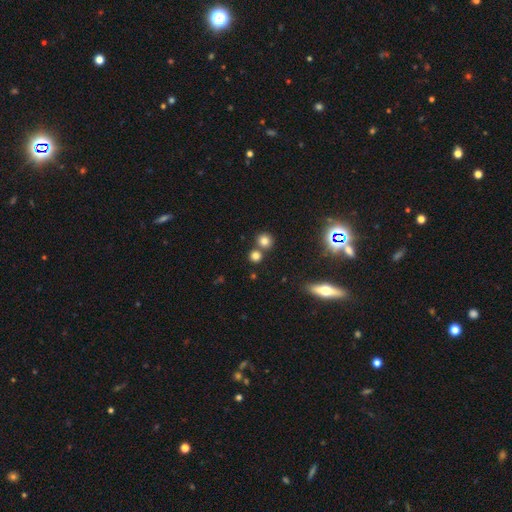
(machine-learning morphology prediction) Q: Smooth or featured?
A: smooth (76%); runner-up: star or artifact (17%)
Q: How rounded?
A: round (89%); runner-up: in between (10%)
Q: Merging?
A: none (67%); runner-up: merger (24%)